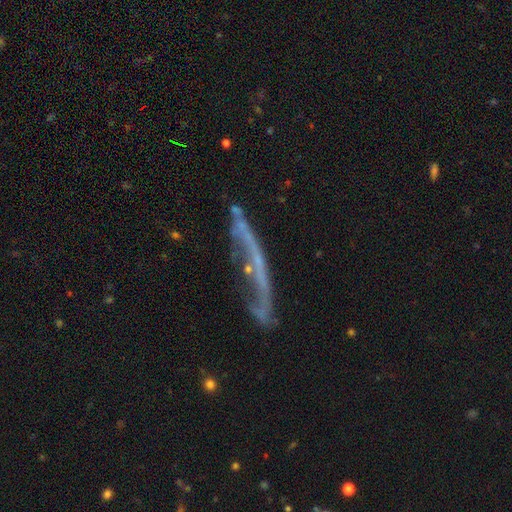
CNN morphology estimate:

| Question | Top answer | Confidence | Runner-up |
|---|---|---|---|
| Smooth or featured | featured or disk | 65% | smooth (22%) |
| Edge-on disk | no | 55% | yes (45%) |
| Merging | none | 38% | major disturbance (32%) |